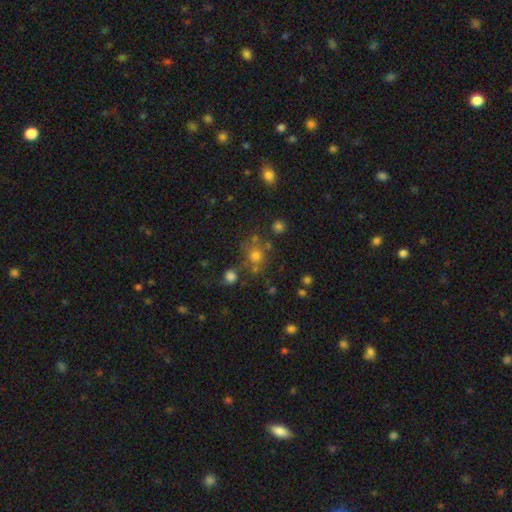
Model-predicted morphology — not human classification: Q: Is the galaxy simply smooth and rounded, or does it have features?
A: smooth — 67%.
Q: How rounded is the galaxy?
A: round — 84%.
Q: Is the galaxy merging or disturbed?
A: none — 66%.